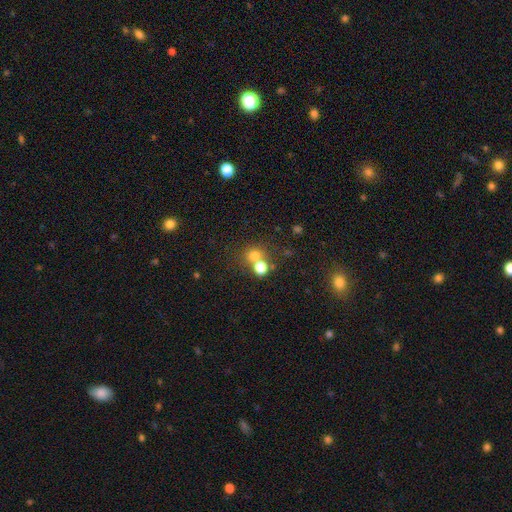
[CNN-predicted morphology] Overall: smooth (65%). How rounded: round (80%). Merging: none (51%; merger 38%).